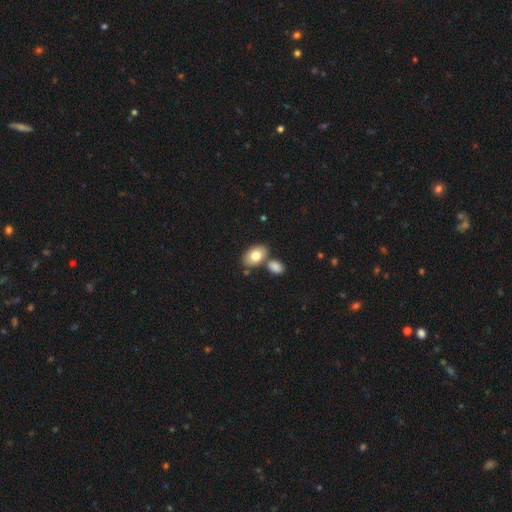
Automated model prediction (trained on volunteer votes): A smooth galaxy with no disk features (80%) that is in between round and cigar-shaped (91%).

Vote fractions:
- Smooth or featured? smooth: 80% / featured or disk: 14% / star or artifact: 7%
- How rounded? in between: 91% / round: 8% / cigar-shaped: 1%
- Merging? none: 65% / merger: 21% / minor disturbance: 11% / major disturbance: 3%